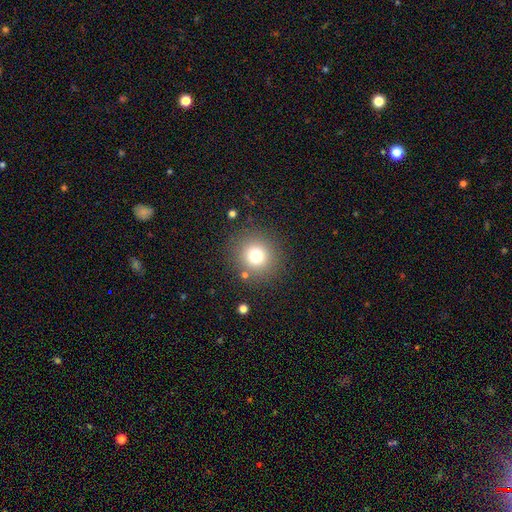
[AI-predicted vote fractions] Smooth or featured: smooth — 76% (star or artifact — 15%)
How rounded: round — 92% (in between — 7%)
Merging: none — 86% (minor disturbance — 7%)